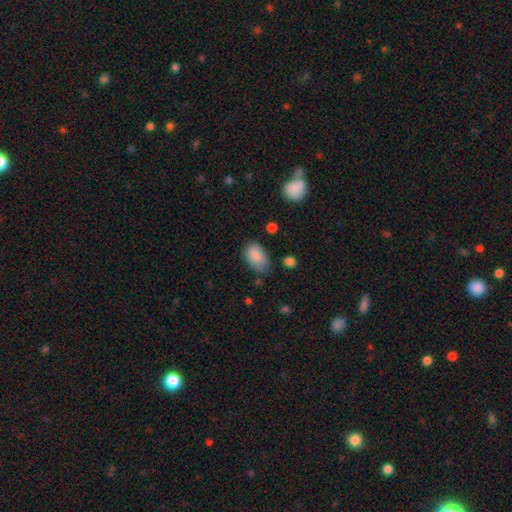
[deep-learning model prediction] Q: Smooth or featured?
A: smooth (87%); runner-up: star or artifact (7%)
Q: How rounded?
A: in between (91%); runner-up: round (8%)
Q: Merging?
A: none (68%); runner-up: minor disturbance (23%)